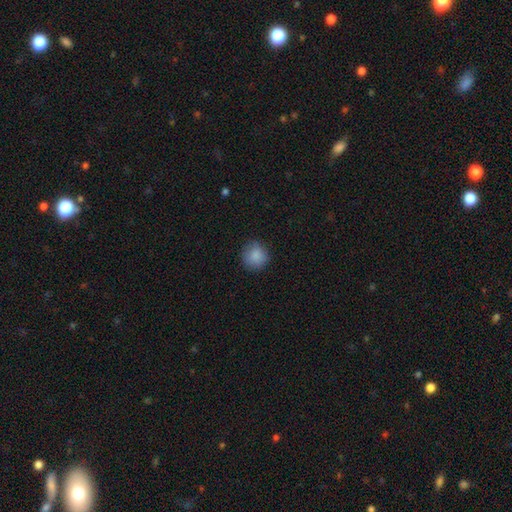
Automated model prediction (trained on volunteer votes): A smooth galaxy with no disk features (87%) that is round (90%). Merging: none (84%).